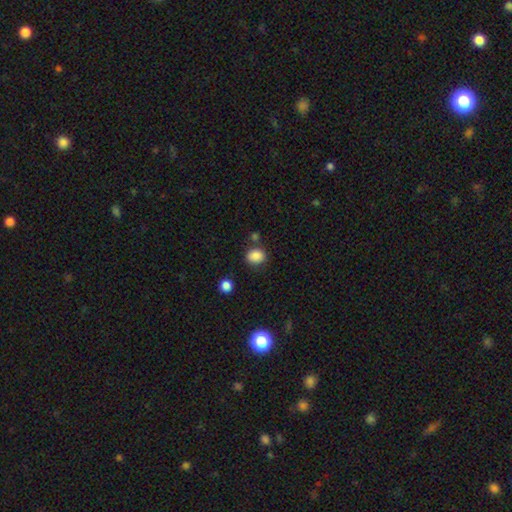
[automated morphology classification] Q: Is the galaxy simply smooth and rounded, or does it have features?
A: smooth — 86%.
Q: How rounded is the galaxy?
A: round — 55%.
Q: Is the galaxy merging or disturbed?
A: none — 75%.